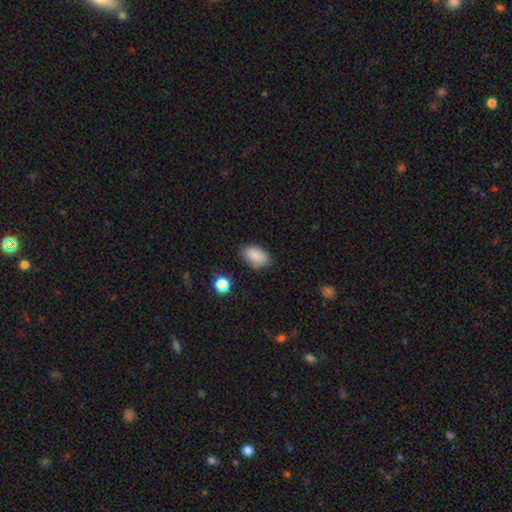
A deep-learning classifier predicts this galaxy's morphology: Smooth or featured: smooth — 87% (star or artifact — 8%)
How rounded: in between — 91% (round — 7%)
Merging: none — 79% (minor disturbance — 15%)